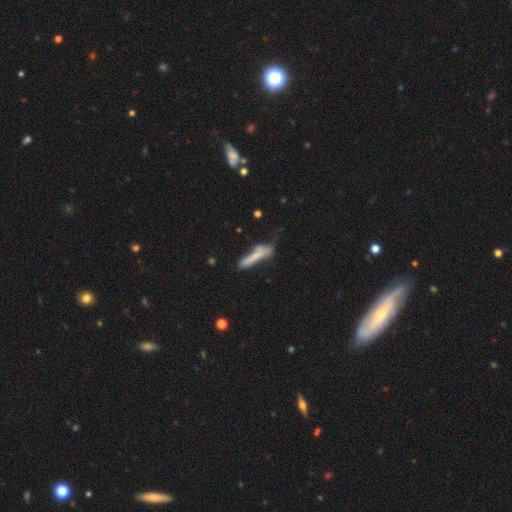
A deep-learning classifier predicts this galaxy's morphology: A smooth galaxy with no disk features (65%) that is cigar-shaped (89%).

Vote fractions:
- Smooth or featured? smooth: 65% / featured or disk: 27% / star or artifact: 8%
- How rounded? cigar-shaped: 89% / in between: 10% / round: 2%
- Merging? none: 47% / minor disturbance: 27% / major disturbance: 14% / merger: 12%